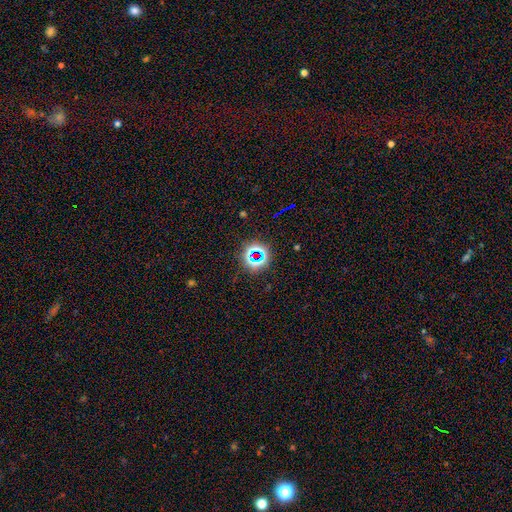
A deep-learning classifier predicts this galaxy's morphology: Smooth or featured? Predicted: star or artifact (p=0.65).